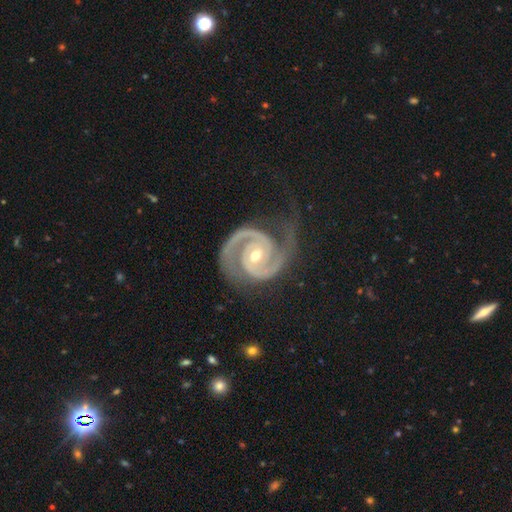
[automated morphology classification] Smooth or featured? featured or disk (94%)
Edge-on disk? no (98%)
Bar? no (53%)
Spiral arms? yes (99%)
Spiral winding? tight (58%)
Spiral arm count? 2 (92%)
Bulge size? moderate (62%)
Merging? none (69%)